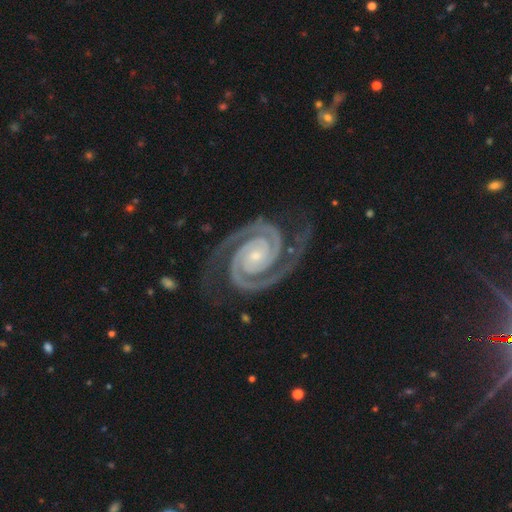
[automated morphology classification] This is clearly a featured or disk galaxy (95%). It is clearly not viewed edge-on (98%). Bar: likely no (68%). Spiral arm pattern: clearly yes (99%). Spiral arm count: clearly 2 (94%). Spiral winding: likely tight (80%). Central bulge: likely small (75%). Merging: clearly none (81%).